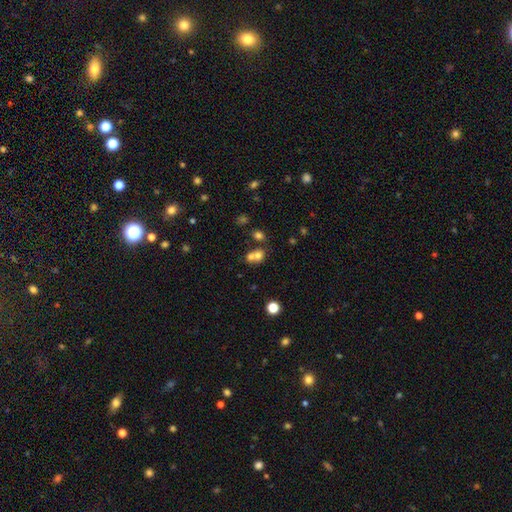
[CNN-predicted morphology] type=smooth (69%); roundness=round (68%); merging=merger (56%).